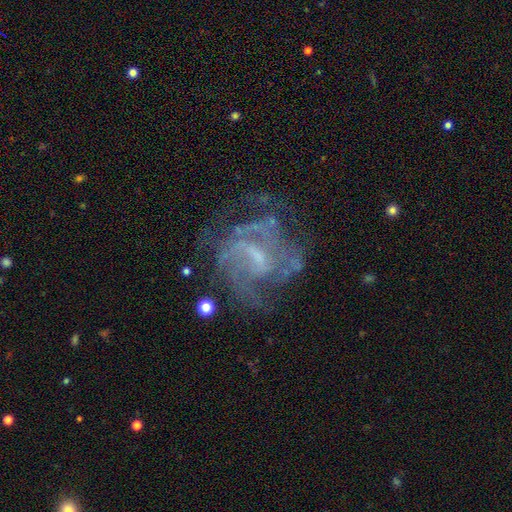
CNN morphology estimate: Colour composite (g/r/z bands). It shows a featured or disk galaxy (81%) with a weak bar (56%), medium (45%) spiral arms (80%) and a small central bulge (50%). Merging: none (54%).